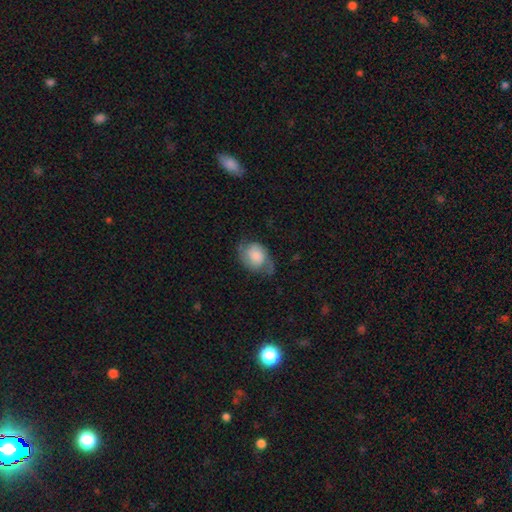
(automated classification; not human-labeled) Q: Smooth or featured?
A: featured or disk (52%); runner-up: smooth (40%)
Q: Edge-on disk?
A: no (96%); runner-up: yes (4%)
Q: Bar?
A: no (71%); runner-up: weak (25%)
Q: Spiral arms?
A: yes (88%); runner-up: no (12%)
Q: Bulge size?
A: large (29%); runner-up: moderate (24%)
Q: Merging?
A: none (57%); runner-up: minor disturbance (28%)